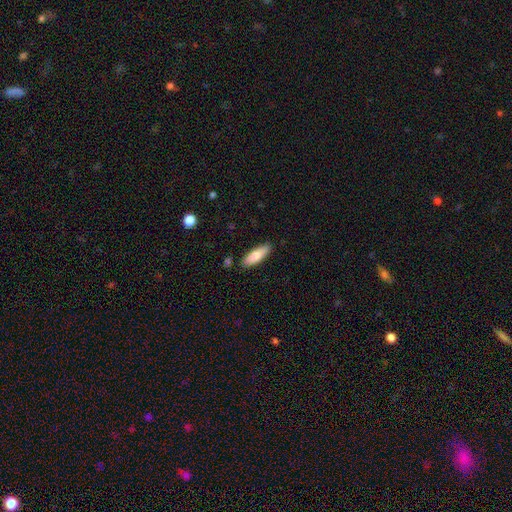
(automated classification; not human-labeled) Overall: smooth (82%). How rounded: in between (54%; cigar-shaped 44%). Merging: none (84%).